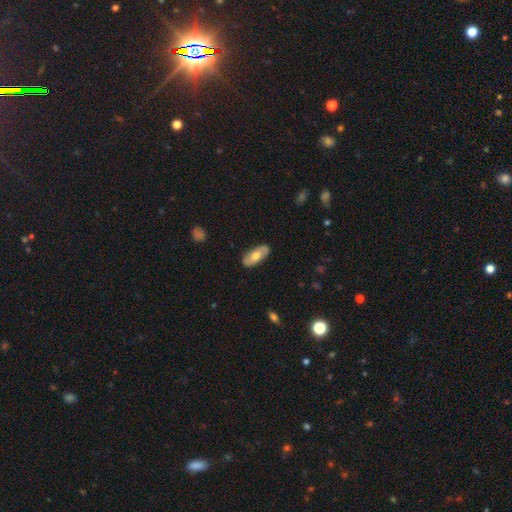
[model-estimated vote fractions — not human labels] The model was most divided on "smooth or featured": smooth: 52%, featured or disk: 42%, star or artifact: 5%. More confident: how rounded — in between (85%); merging — none (84%).